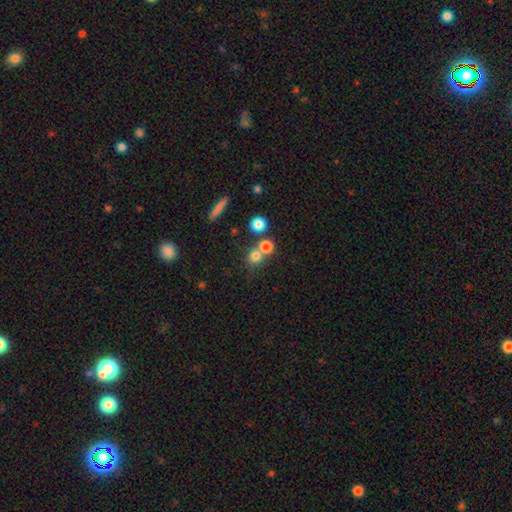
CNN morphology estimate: smooth 75%, star or artifact 15%, featured or disk 10%. Down the decision tree: how rounded — round (88%); merging — none (54%).